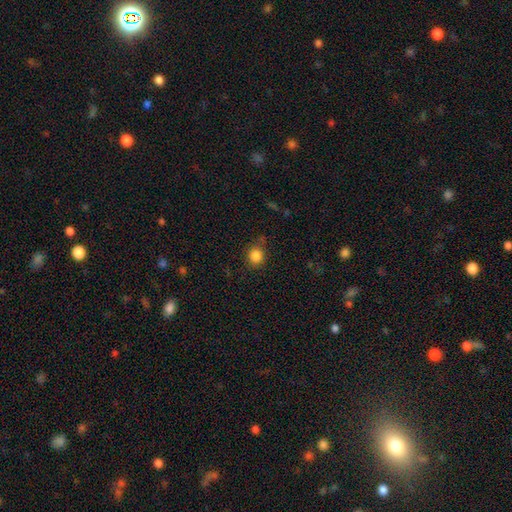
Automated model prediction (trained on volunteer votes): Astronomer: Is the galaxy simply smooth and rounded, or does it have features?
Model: smooth — 84%.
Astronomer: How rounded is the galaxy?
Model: round — 80%.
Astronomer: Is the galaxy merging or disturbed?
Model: none — 78%.